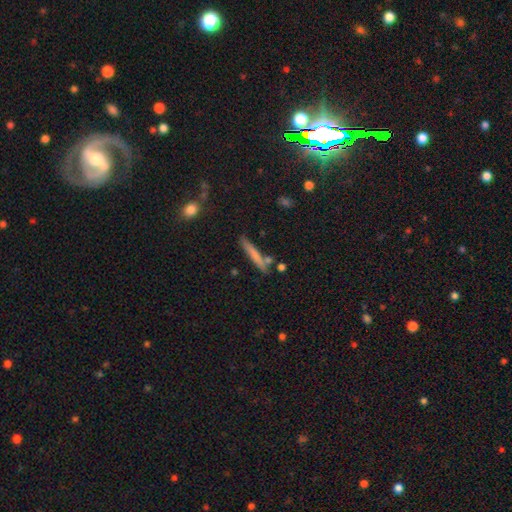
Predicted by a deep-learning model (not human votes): Smooth or featured?
  - smooth: 66% *
  - featured or disk: 27%
  - star or artifact: 7%
How rounded?
  - cigar-shaped: 94% *
  - in between: 5%
  - round: 2%
Merging?
  - none: 77% *
  - minor disturbance: 13%
  - merger: 8%
  - major disturbance: 3%